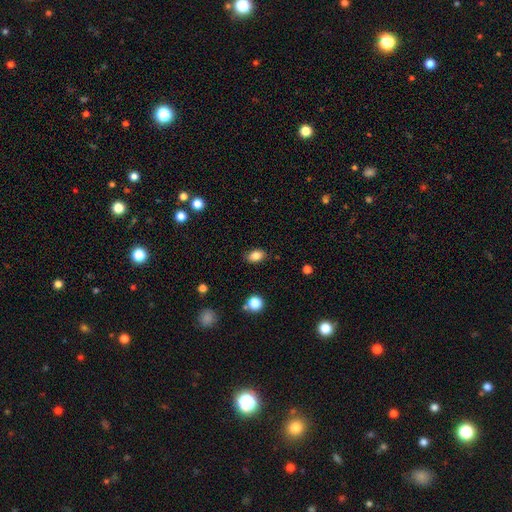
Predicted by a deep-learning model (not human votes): smooth 84%, star or artifact 10%, featured or disk 7%. Down the decision tree: how rounded — in between (83%); merging — none (87%).